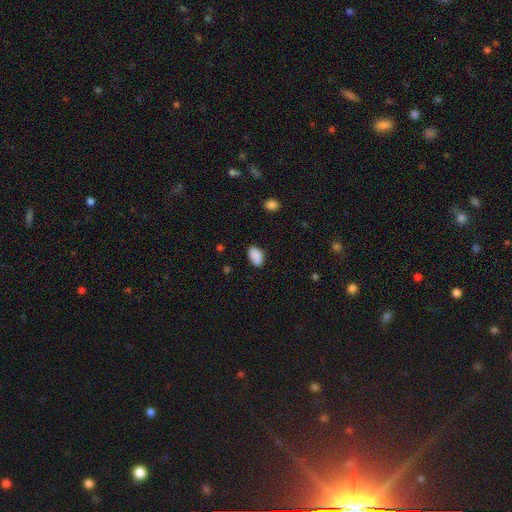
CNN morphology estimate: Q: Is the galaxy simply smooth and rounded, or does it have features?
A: smooth — 89%.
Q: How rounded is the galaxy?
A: in between — 91%.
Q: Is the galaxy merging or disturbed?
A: none — 80%.